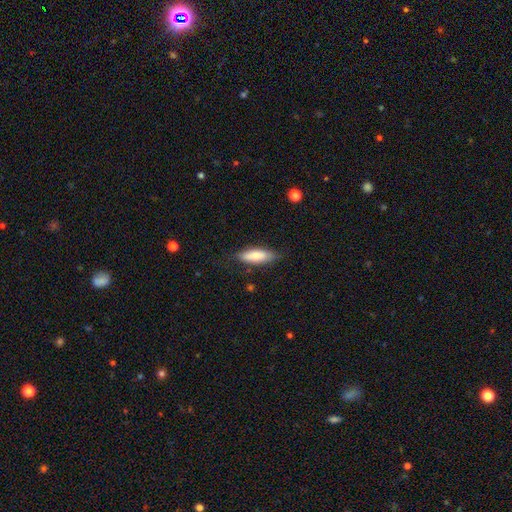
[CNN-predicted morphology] A smooth galaxy with no disk features (78%) that is in between round and cigar-shaped (56%).

Vote fractions:
- Smooth or featured? smooth: 78% / featured or disk: 16% / star or artifact: 6%
- How rounded? in between: 56% / cigar-shaped: 43% / round: 2%
- Merging? none: 78% / minor disturbance: 17% / major disturbance: 4% / merger: 1%